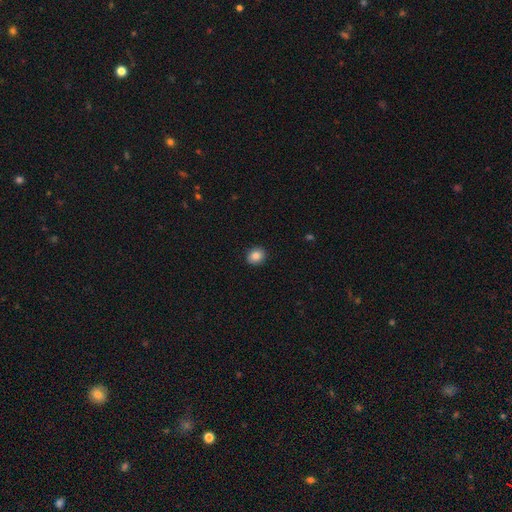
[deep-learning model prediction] Smooth or featured?
  - smooth: 87% *
  - star or artifact: 9%
  - featured or disk: 5%
How rounded?
  - round: 75% *
  - in between: 24%
  - cigar-shaped: 1%
Merging?
  - none: 91% *
  - minor disturbance: 6%
  - major disturbance: 2%
  - merger: 1%